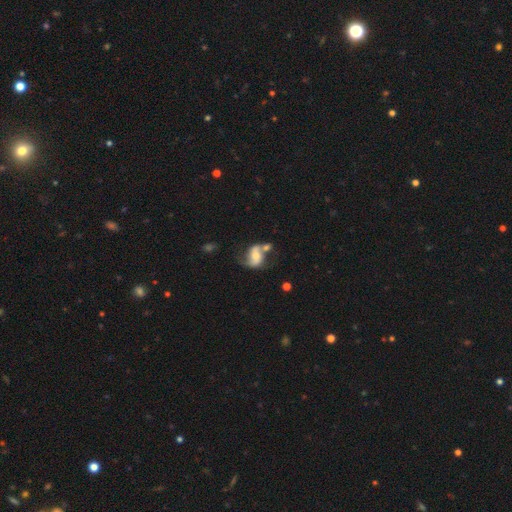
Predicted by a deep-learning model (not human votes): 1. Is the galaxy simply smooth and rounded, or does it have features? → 65% featured or disk, 27% smooth, 8% star or artifact.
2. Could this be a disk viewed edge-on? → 96% no, 4% yes.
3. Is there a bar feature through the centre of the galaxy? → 49% no, 32% weak, 18% strong.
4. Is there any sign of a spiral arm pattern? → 83% yes, 17% no.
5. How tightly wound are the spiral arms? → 56% loose, 33% medium, 11% tight.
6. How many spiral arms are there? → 81% 2, 9% 1, 7% can't tell, 1% 3, 1% 4, 1% more than 4.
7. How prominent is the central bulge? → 60% moderate, 29% small, 7% large, 3% none, 2% dominant.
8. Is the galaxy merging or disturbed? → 37% none, 30% merger, 19% minor disturbance, 15% major disturbance.